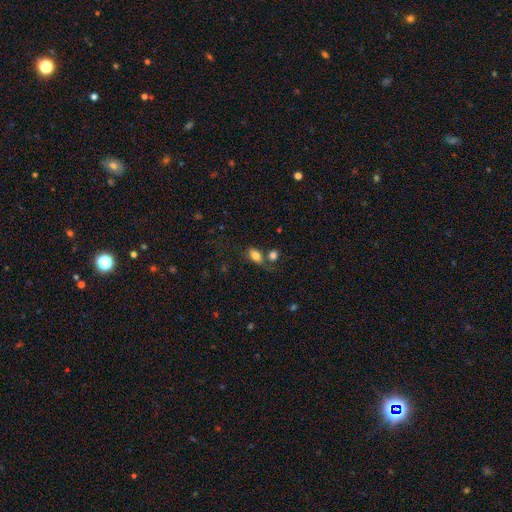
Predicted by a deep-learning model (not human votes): A smooth galaxy with no disk features (79%) that is in between round and cigar-shaped (86%).

Vote fractions:
- Smooth or featured? smooth: 79% / featured or disk: 11% / star or artifact: 10%
- How rounded? in between: 86% / round: 11% / cigar-shaped: 4%
- Merging? none: 53% / merger: 25% / minor disturbance: 15% / major disturbance: 7%